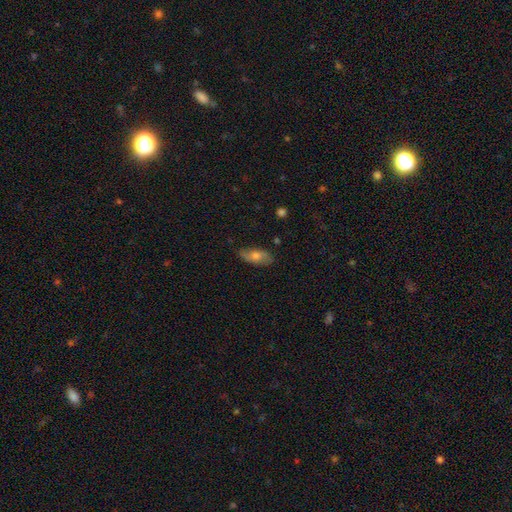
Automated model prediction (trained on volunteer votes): The model was most divided on "smooth or featured": smooth: 59%, featured or disk: 33%, star or artifact: 8%. More confident: how rounded — in between (80%); merging — none (80%).